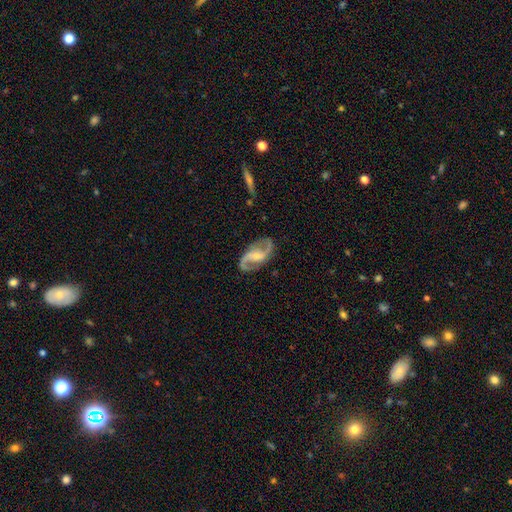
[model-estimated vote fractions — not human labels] This appears to be a featured or disk galaxy (91%) with a weak bar (46%), 2 (94%) medium (46%) spiral arms (97%) and a small central bulge (48%). Merging: none (82%).